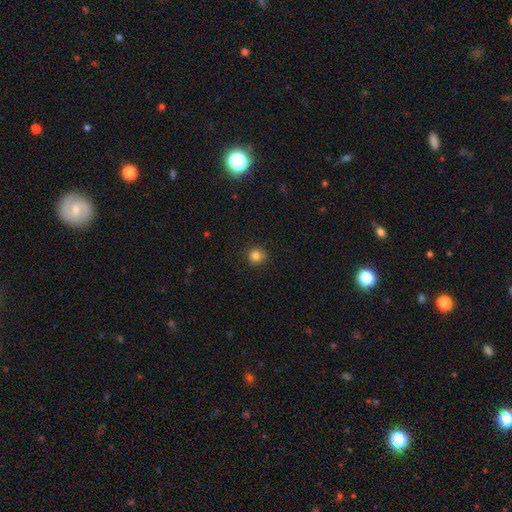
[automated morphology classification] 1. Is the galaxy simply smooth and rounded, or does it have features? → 83% smooth, 12% star or artifact, 5% featured or disk.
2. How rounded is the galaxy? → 92% round, 7% in between, 1% cigar-shaped.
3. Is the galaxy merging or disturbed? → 89% none, 8% minor disturbance, 2% major disturbance, 1% merger.